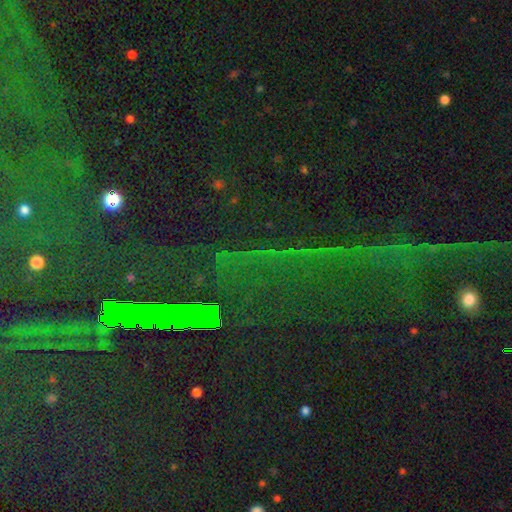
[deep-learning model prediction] The model was most divided on "smooth or featured": star or artifact: 85%, featured or disk: 8%, smooth: 8%.